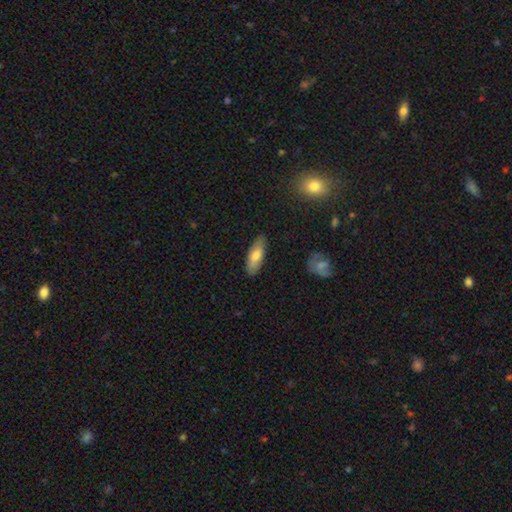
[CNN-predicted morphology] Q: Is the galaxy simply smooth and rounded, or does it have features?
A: smooth — 74%.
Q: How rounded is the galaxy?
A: in between — 66%.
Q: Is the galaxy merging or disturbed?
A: none — 85%.